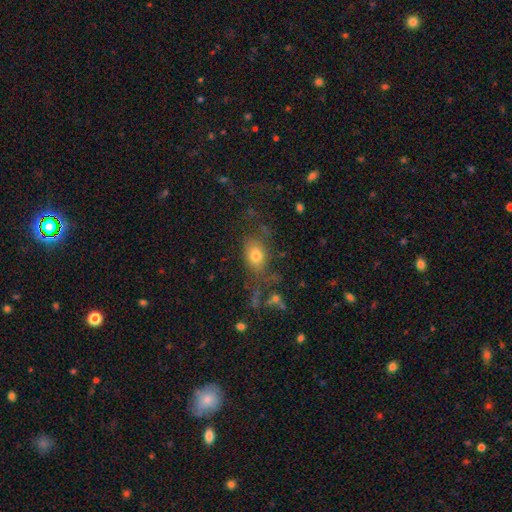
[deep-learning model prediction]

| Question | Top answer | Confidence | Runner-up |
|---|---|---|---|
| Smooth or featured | smooth | 70% | featured or disk (19%) |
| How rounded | in between | 75% | round (22%) |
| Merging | none | 53% | major disturbance (21%) |